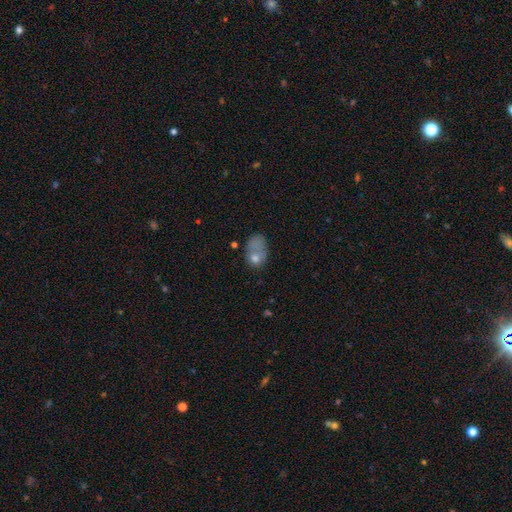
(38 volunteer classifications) A smooth galaxy with no disk features (66%) that is in between round and cigar-shaped (84%). Merging: major disturbance (41%).